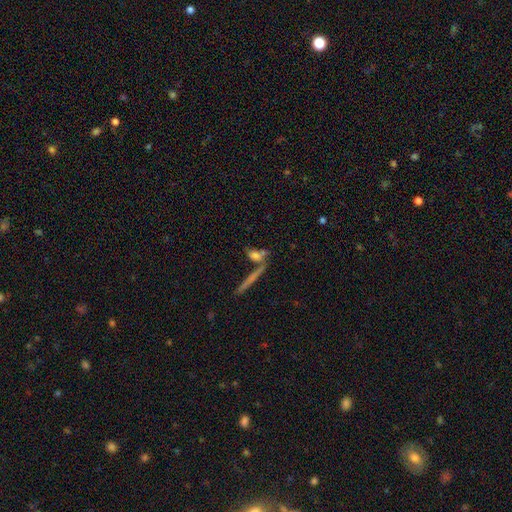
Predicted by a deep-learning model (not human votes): Q: Smooth or featured?
A: smooth (63%); runner-up: featured or disk (26%)
Q: How rounded?
A: cigar-shaped (51%); runner-up: in between (38%)
Q: Merging?
A: none (49%); runner-up: merger (33%)